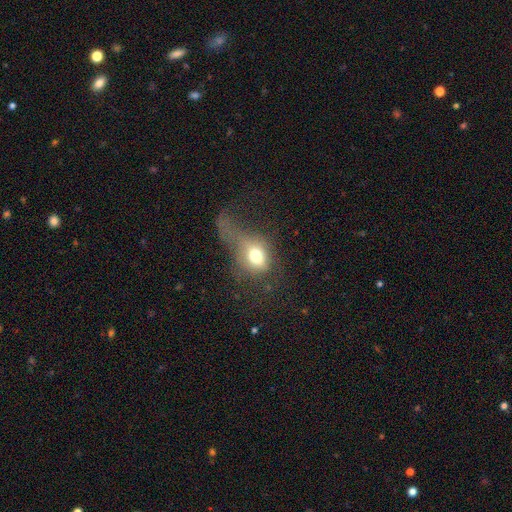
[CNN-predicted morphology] Overall: smooth (67%). How rounded: in between (63%; round 33%). Merging: major disturbance (60%).